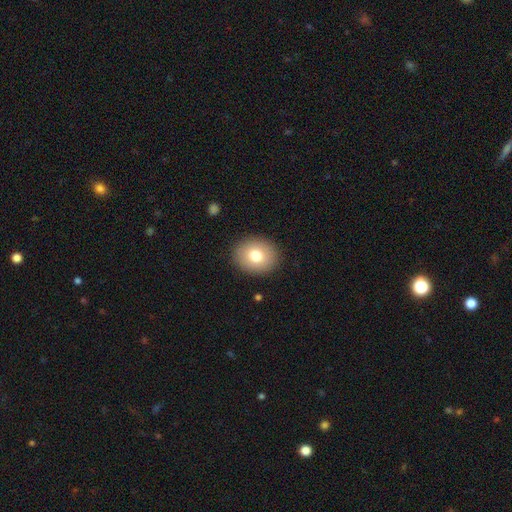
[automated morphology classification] type=smooth (78%); roundness=round (57%); merging=none (90%).